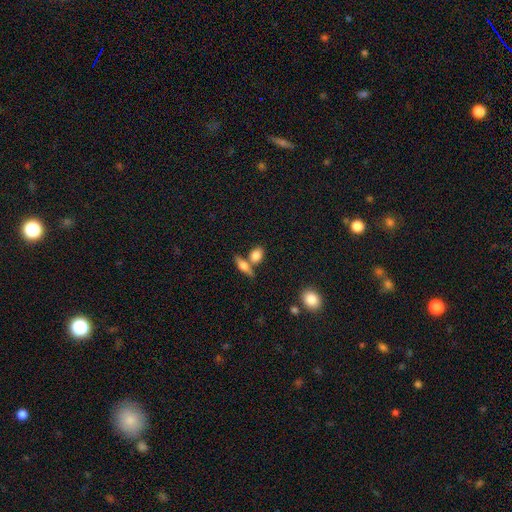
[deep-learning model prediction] Q: Smooth or featured?
A: smooth (79%); runner-up: featured or disk (13%)
Q: How rounded?
A: in between (65%); runner-up: round (29%)
Q: Merging?
A: none (55%); runner-up: merger (29%)